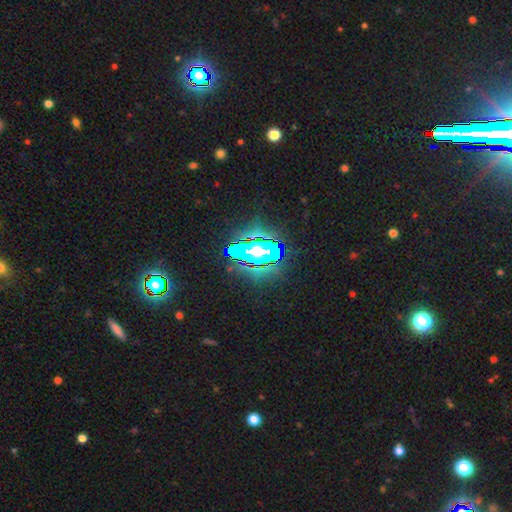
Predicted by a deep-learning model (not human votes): A star or artifact, not a galaxy (69%).